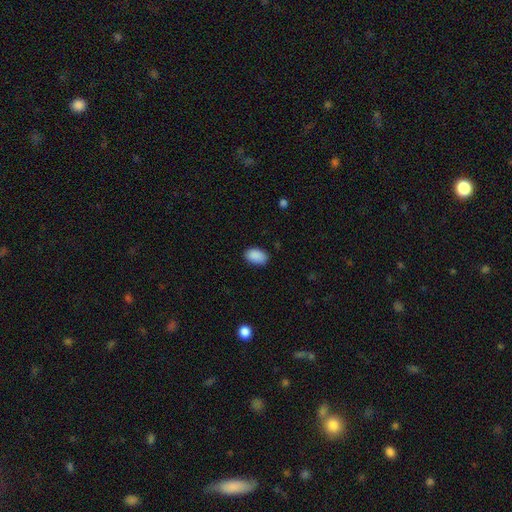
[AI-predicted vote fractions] The model was most divided on "merging": none: 86%, minor disturbance: 11%, major disturbance: 2%, merger: 1%. More confident: smooth or featured — smooth (90%); how rounded — in between (90%).